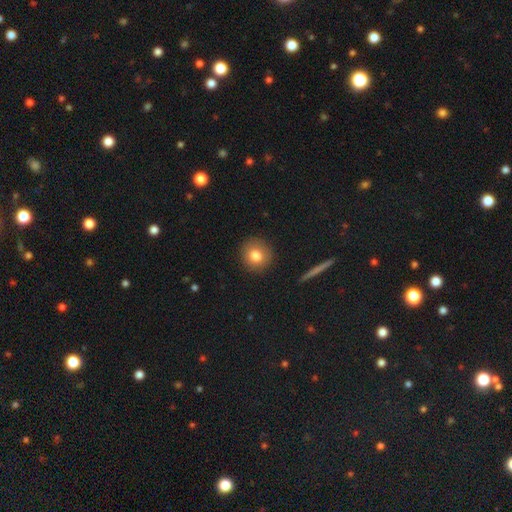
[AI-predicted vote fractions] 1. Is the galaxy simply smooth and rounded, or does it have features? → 79% smooth, 11% featured or disk, 10% star or artifact.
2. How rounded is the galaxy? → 91% round, 8% in between, 1% cigar-shaped.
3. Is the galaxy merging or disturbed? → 90% none, 7% minor disturbance, 2% major disturbance, 1% merger.